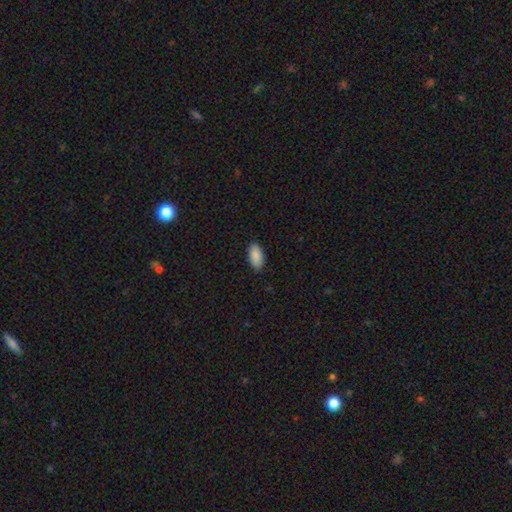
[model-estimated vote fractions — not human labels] A smooth galaxy with no disk features (90%) that is in between round and cigar-shaped (94%). Merging: none (89%).